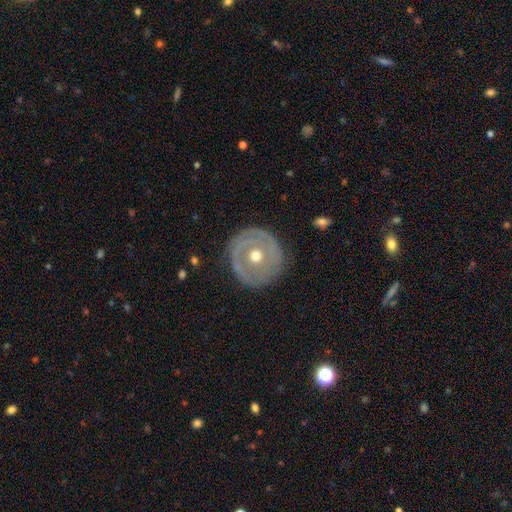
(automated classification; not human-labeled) Morphology: type=featured or disk (73%); edge-on=no (96%); bar=no (81%); spiral arms=yes (63%); bulge=moderate (74%); merging=none (83%).